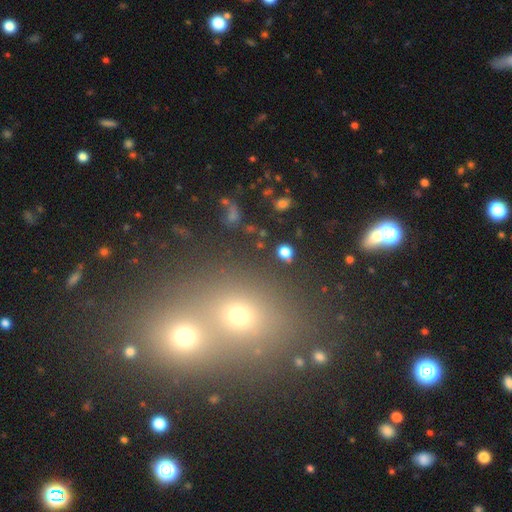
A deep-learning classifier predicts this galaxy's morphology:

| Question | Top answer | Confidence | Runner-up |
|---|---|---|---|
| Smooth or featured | smooth | 47% | star or artifact (38%) |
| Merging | merger | 53% | none (38%) |